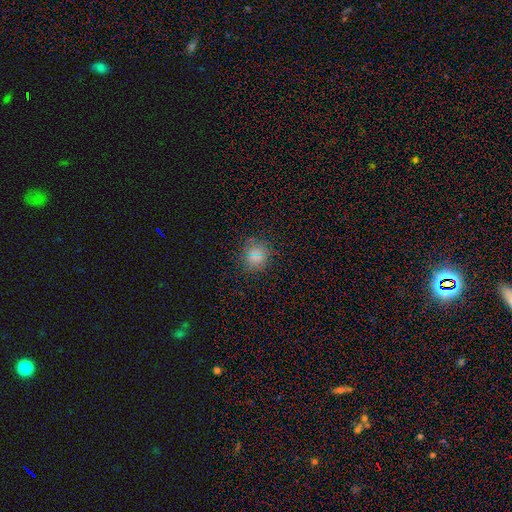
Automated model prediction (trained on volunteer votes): The model was most divided on "smooth or featured": smooth: 69%, star or artifact: 25%, featured or disk: 7%. More confident: how rounded — round (89%); merging — none (88%).